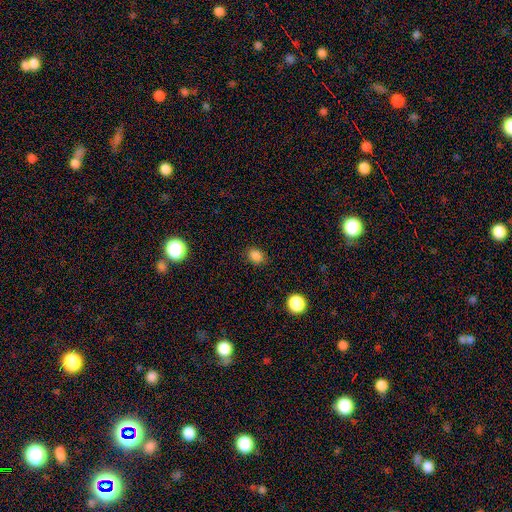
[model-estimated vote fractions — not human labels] Overall: smooth (84%). How rounded: round (55%; in between 44%). Merging: none (85%).